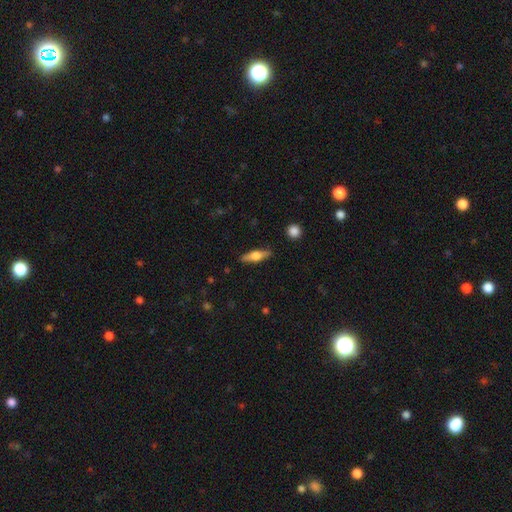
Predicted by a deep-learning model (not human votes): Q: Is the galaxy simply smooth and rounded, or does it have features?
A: smooth — 50%.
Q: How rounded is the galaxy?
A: cigar-shaped — 57%.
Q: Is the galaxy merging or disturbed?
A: none — 88%.